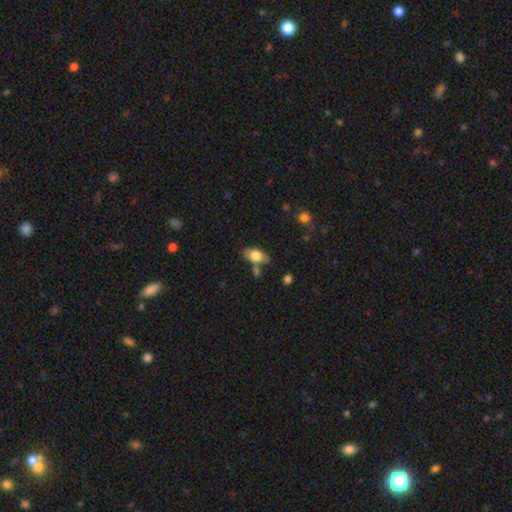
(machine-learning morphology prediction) Smooth or featured?
  - smooth: 75% *
  - featured or disk: 18%
  - star or artifact: 7%
How rounded?
  - in between: 88% *
  - round: 6%
  - cigar-shaped: 6%
Merging?
  - none: 64% *
  - minor disturbance: 18%
  - merger: 13%
  - major disturbance: 5%